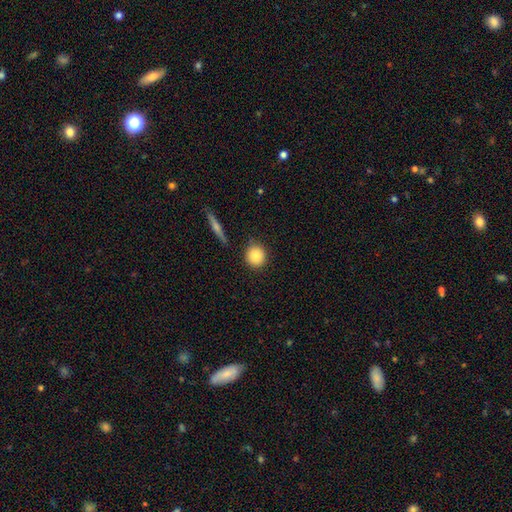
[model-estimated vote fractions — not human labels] Overall: smooth (85%). How rounded: round (89%). Merging: none (85%).